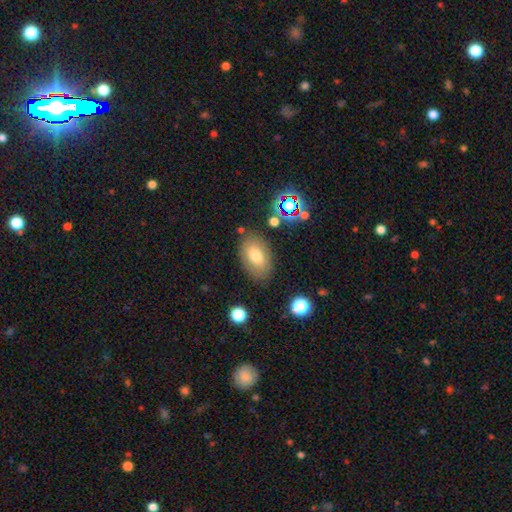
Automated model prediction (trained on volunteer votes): This is likely a smooth galaxy (73%). How rounded: clearly in between (88%). Merging: likely none (79%).